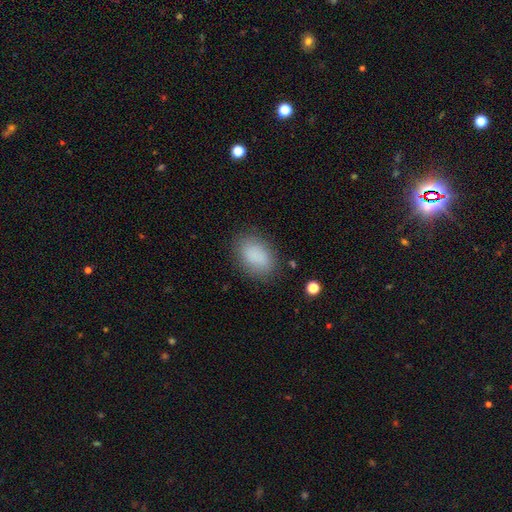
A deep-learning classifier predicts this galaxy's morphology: The model was most divided on "merging": none: 82%, minor disturbance: 13%, major disturbance: 4%, merger: 1%. More confident: smooth or featured — smooth (87%); how rounded — in between (85%).